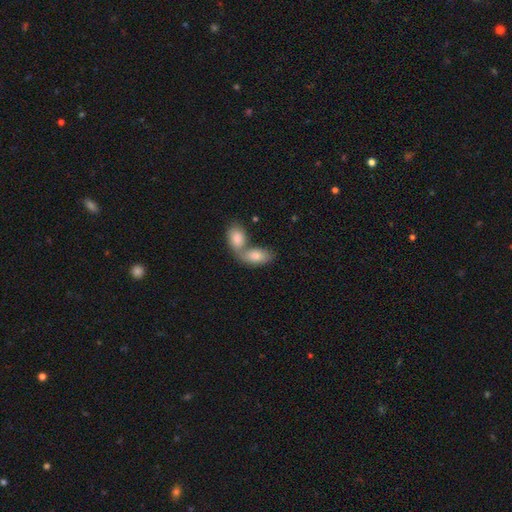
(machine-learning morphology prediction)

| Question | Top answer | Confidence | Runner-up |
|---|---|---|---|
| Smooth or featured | smooth | 80% | featured or disk (14%) |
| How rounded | in between | 91% | round (5%) |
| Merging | merger | 65% | none (24%) |